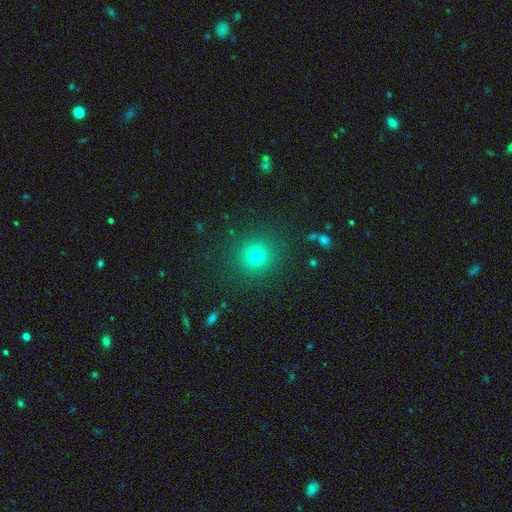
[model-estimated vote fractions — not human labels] Smooth or featured? Predicted: smooth (p=0.75). How rounded? Predicted: round (p=0.93). Merging? Predicted: none (p=0.89).